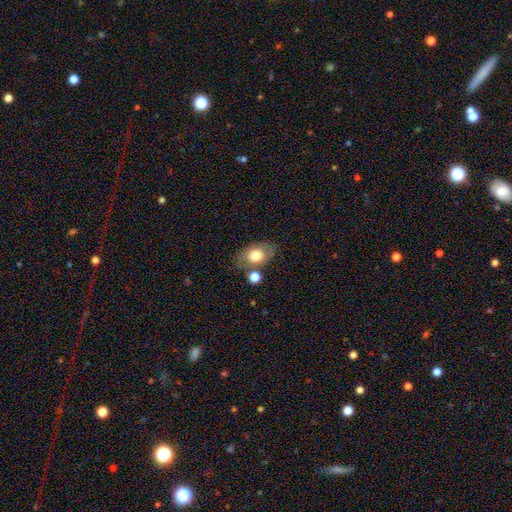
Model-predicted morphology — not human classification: smooth-or-featured: smooth: 74% | featured or disk: 17% | star or artifact: 8%
  how-rounded: in between: 78% | round: 20% | cigar-shaped: 2%
  merging: none: 67% | minor disturbance: 15% | merger: 12% | major disturbance: 5%